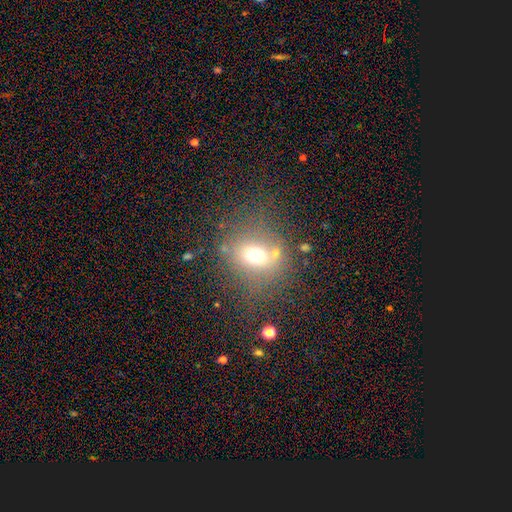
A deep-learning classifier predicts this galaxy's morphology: smooth 63%, star or artifact 20%, featured or disk 17%. Down the decision tree: how rounded — round (67%); merging — none (63%).